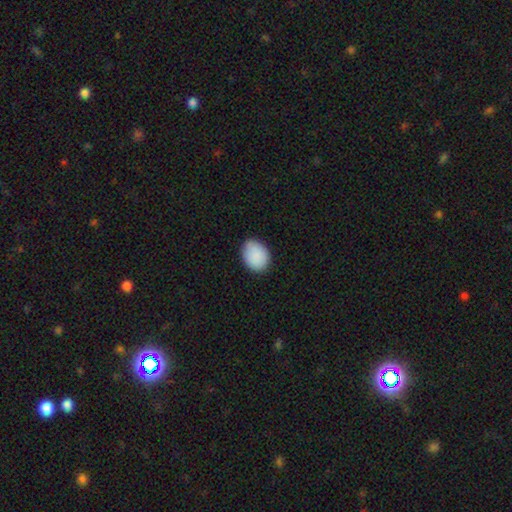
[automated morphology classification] This appears to be a smooth galaxy with no disk features (89%) that is in between round and cigar-shaped (61%). Merging: none (84%).